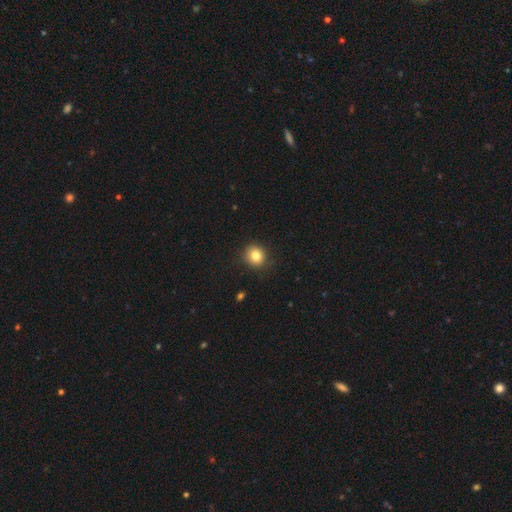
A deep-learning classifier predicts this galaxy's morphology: A smooth galaxy with no disk features (82%) that is round (85%). Merging: none (87%).